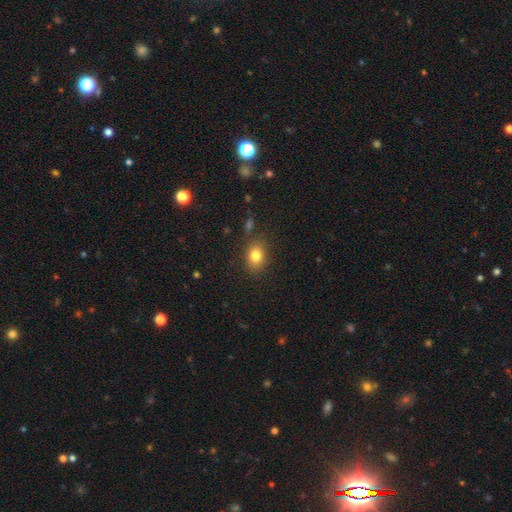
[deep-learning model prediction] smooth_or_featured: smooth (p=0.82) [alt: star or artifact p=0.11]
how_rounded: in between (p=0.64) [alt: round p=0.35]
merging: none (p=0.82) [alt: minor disturbance p=0.11]